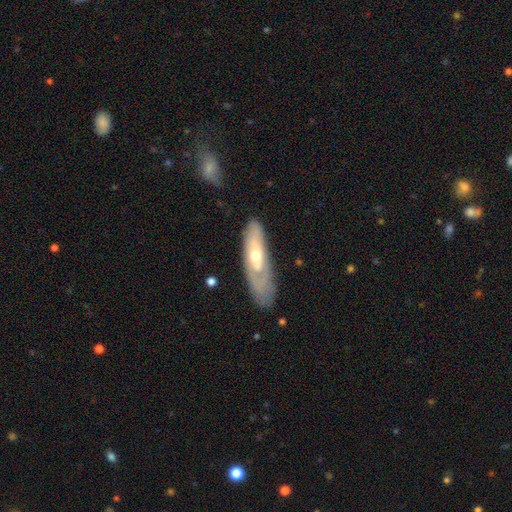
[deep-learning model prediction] Smooth or featured? featured or disk (55%)
Edge-on disk? no (69%)
Merging? none (61%)